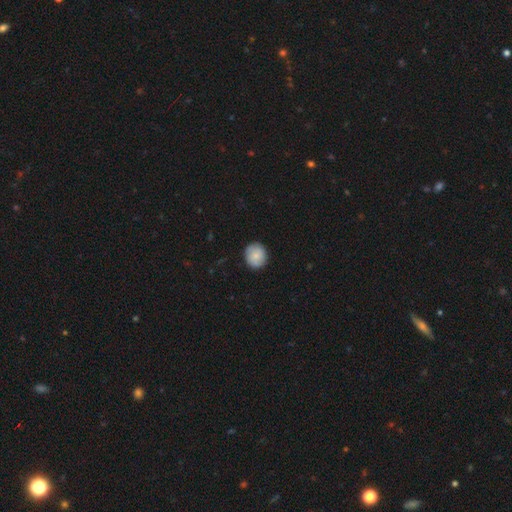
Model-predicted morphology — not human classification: Smooth or featured?
  - smooth: 82% *
  - featured or disk: 11%
  - star or artifact: 6%
How rounded?
  - round: 85% *
  - in between: 14%
  - cigar-shaped: 1%
Merging?
  - none: 87% *
  - minor disturbance: 10%
  - major disturbance: 2%
  - merger: 1%